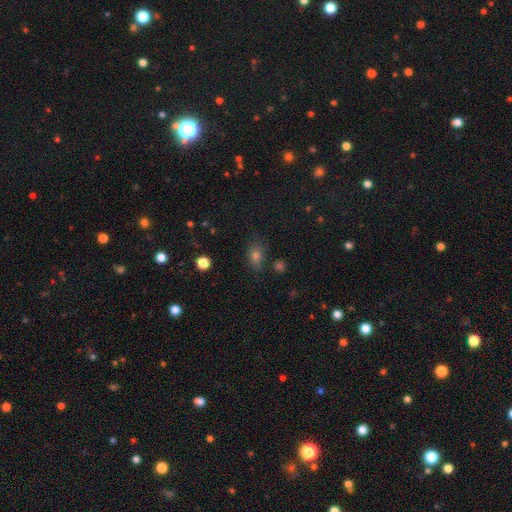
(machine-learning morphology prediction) Smooth or featured: smooth — 67% (star or artifact — 23%)
How rounded: in between — 67% (round — 30%)
Merging: none — 75% (minor disturbance — 16%)